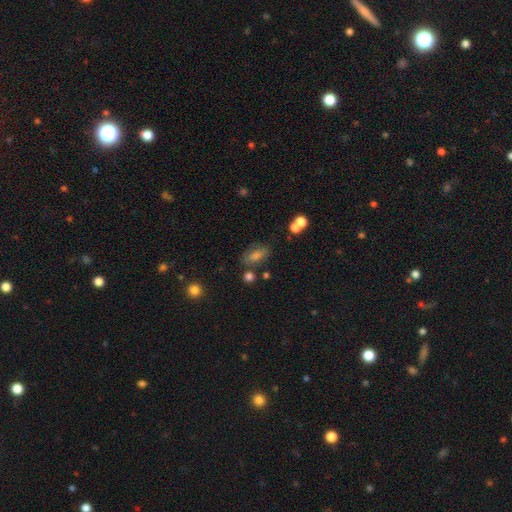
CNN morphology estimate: The model was most divided on "smooth or featured": smooth: 64%, star or artifact: 19%, featured or disk: 17%. More confident: how rounded — in between (85%); merging — none (71%).